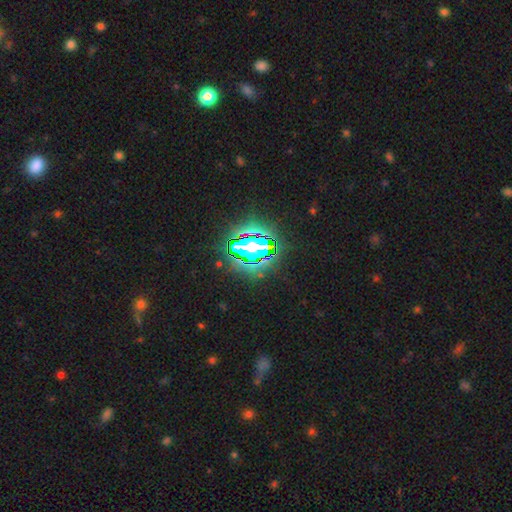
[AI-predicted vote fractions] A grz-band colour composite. It shows a star or artifact, not a galaxy (80%).